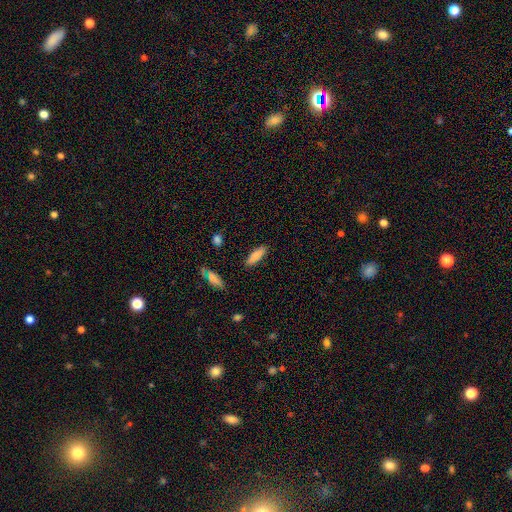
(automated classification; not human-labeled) Smooth or featured?
  - smooth: 83% *
  - featured or disk: 10%
  - star or artifact: 7%
How rounded?
  - cigar-shaped: 51% *
  - in between: 48%
  - round: 2%
Merging?
  - none: 87% *
  - minor disturbance: 9%
  - major disturbance: 2%
  - merger: 2%